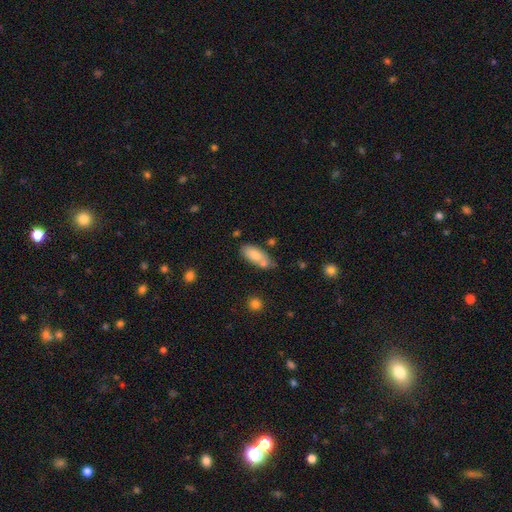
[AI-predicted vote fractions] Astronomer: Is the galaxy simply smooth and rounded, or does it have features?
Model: smooth — 80%.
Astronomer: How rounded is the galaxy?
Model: in between — 83%.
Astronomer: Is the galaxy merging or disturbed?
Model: none — 56%.